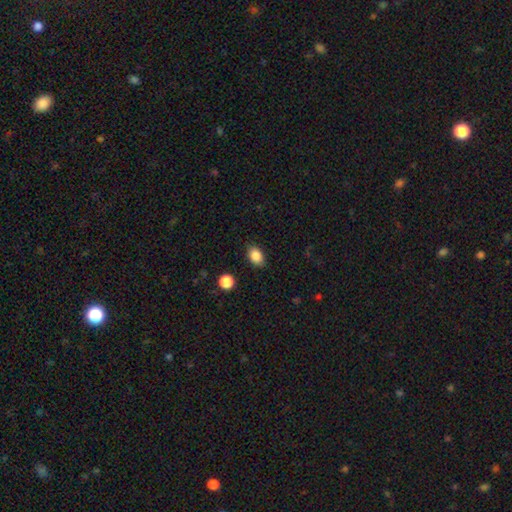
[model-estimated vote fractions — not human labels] The model was most divided on "how rounded": in between: 79%, round: 19%, cigar-shaped: 1%. More confident: smooth or featured — smooth (86%); merging — none (85%).